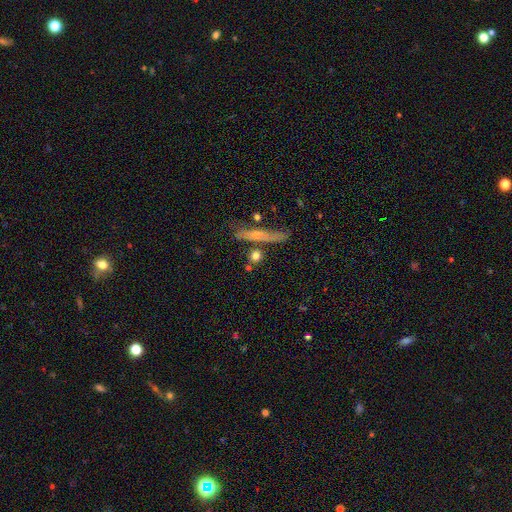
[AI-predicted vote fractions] Smooth or featured: smooth — 67% (featured or disk — 23%)
How rounded: round — 51% (cigar-shaped — 36%)
Merging: none — 70% (minor disturbance — 13%)